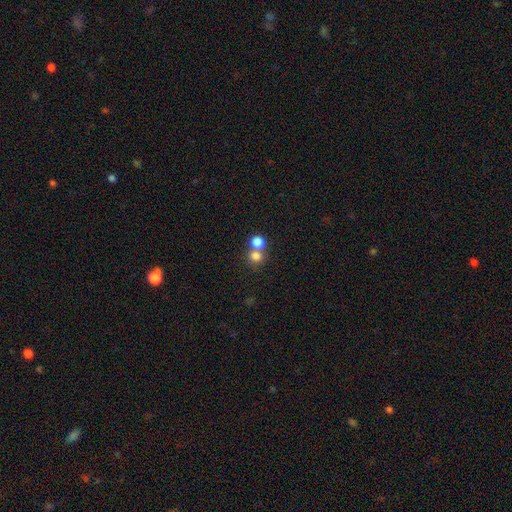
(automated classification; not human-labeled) The model was most divided on "merging": merger: 49%, none: 43%, minor disturbance: 6%, major disturbance: 3%. More confident: smooth or featured — smooth (79%); how rounded — round (78%).